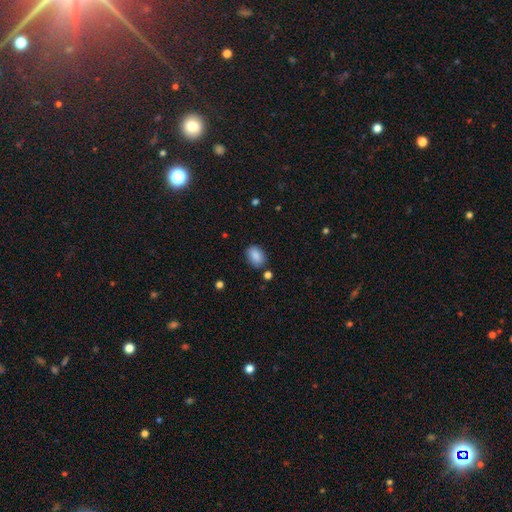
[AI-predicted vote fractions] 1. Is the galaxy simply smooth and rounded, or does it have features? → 86% smooth, 8% star or artifact, 6% featured or disk.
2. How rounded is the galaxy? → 81% in between, 17% round, 1% cigar-shaped.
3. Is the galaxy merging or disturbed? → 78% none, 14% minor disturbance, 4% merger, 3% major disturbance.